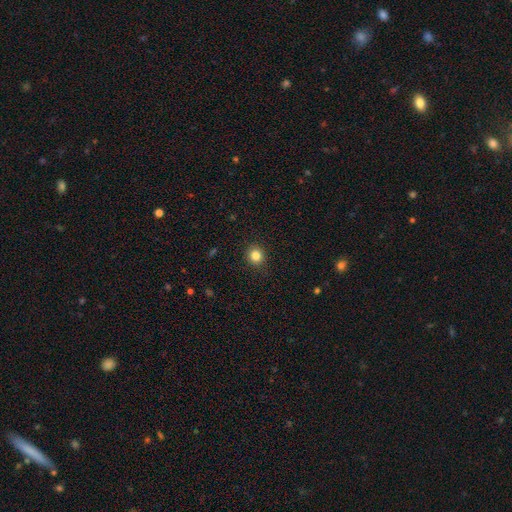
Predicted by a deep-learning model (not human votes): Overall: smooth (84%). How rounded: round (86%). Merging: none (90%).